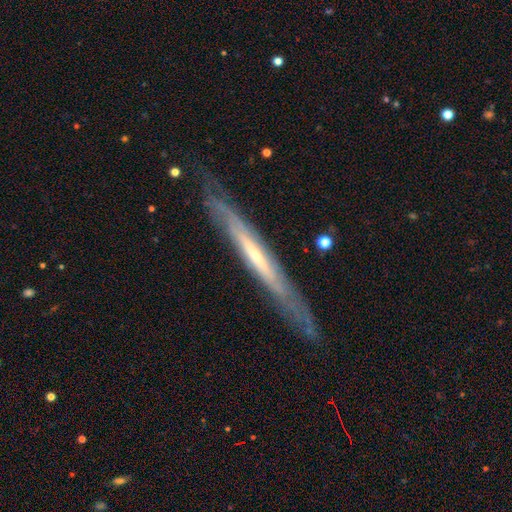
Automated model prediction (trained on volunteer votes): A featured or disk galaxy (76%) viewed edge-on (81%) with no central bulge (59%).

Vote fractions:
- Smooth or featured? featured or disk: 76% / smooth: 19% / star or artifact: 5%
- Edge-on disk? yes: 81% / no: 19%
- Edge-on bulge? none: 59% / rounded: 35% / boxy: 5%
- Merging? none: 75% / minor disturbance: 17% / major disturbance: 6% / merger: 2%